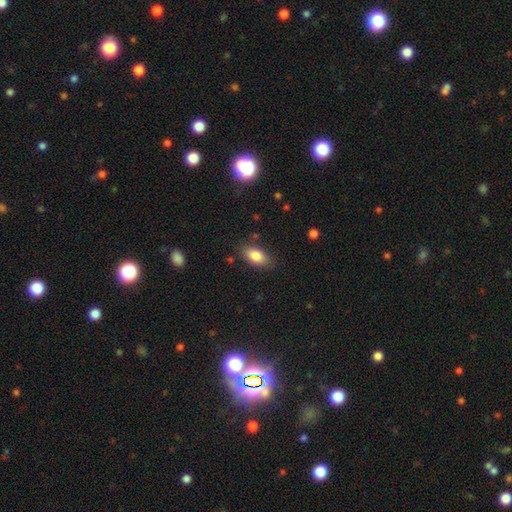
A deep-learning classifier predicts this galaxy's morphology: This appears to be a smooth galaxy with no disk features (83%) that is in between round and cigar-shaped (90%). Merging: none (83%).